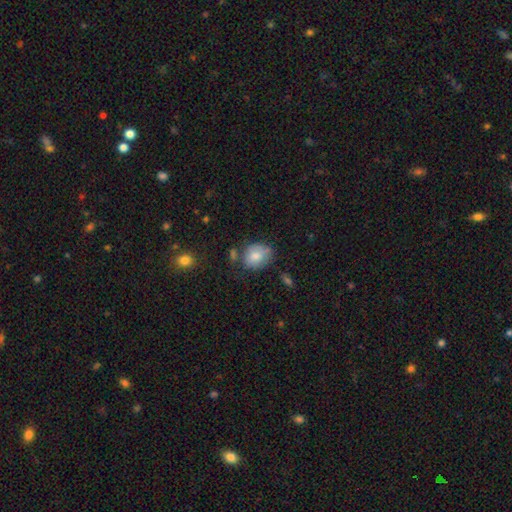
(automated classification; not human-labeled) Q: Smooth or featured?
A: smooth (77%); runner-up: featured or disk (14%)
Q: How rounded?
A: round (59%); runner-up: in between (40%)
Q: Merging?
A: none (59%); runner-up: minor disturbance (25%)